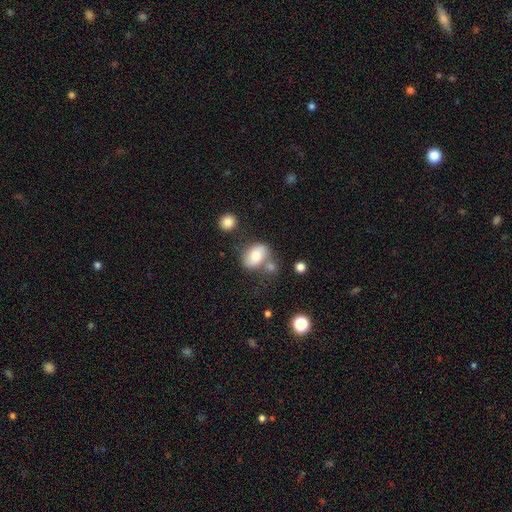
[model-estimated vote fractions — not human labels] Smooth or featured: smooth — 72% (featured or disk — 20%)
How rounded: in between — 81% (round — 17%)
Merging: none — 52% (merger — 21%)